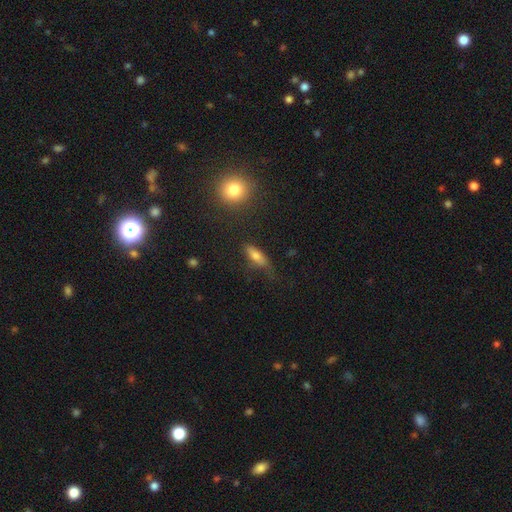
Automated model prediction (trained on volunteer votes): Smooth or featured?
  - smooth: 64% *
  - featured or disk: 26%
  - star or artifact: 11%
How rounded?
  - in between: 54% *
  - cigar-shaped: 39%
  - round: 7%
Merging?
  - none: 54% *
  - minor disturbance: 28%
  - major disturbance: 15%
  - merger: 3%